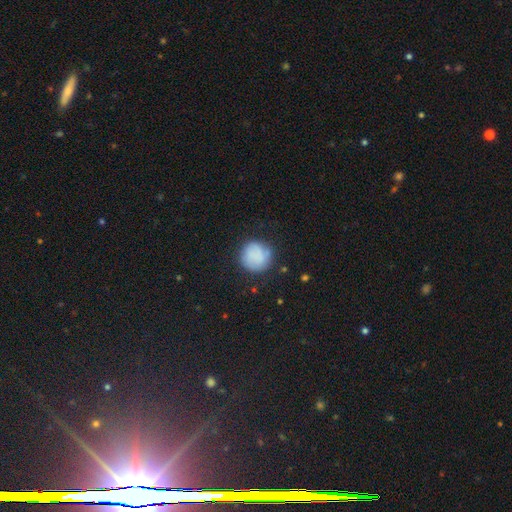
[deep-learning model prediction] This appears to be a smooth galaxy with no disk features (80%) that is round (93%). Merging: none (73%).